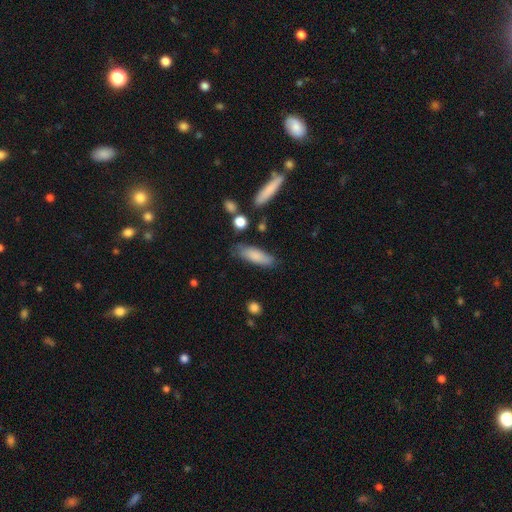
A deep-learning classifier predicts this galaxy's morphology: The model was most divided on "how rounded": in between: 50%, cigar-shaped: 48%, round: 2%. More confident: smooth or featured — smooth (81%); merging — none (74%).